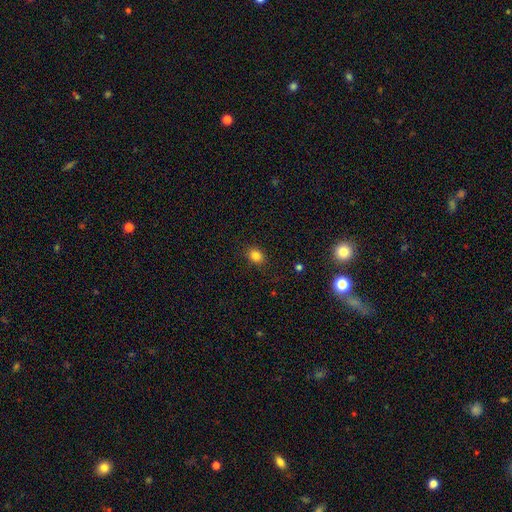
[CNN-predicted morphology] Smooth or featured? smooth (83%)
How rounded? in between (53%)
Merging? none (87%)